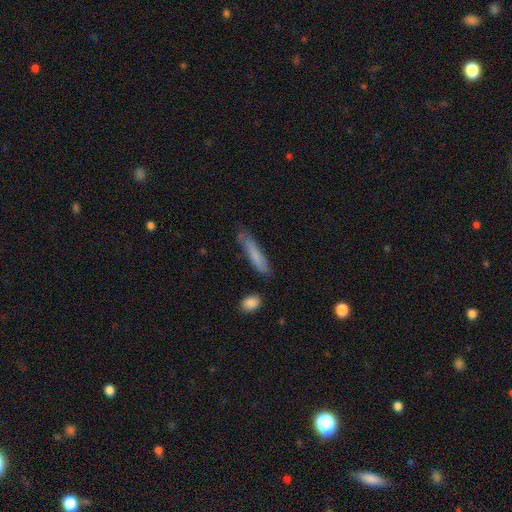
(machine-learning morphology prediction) Q: Smooth or featured?
A: smooth (77%); runner-up: featured or disk (17%)
Q: How rounded?
A: cigar-shaped (86%); runner-up: in between (12%)
Q: Merging?
A: none (70%); runner-up: minor disturbance (21%)